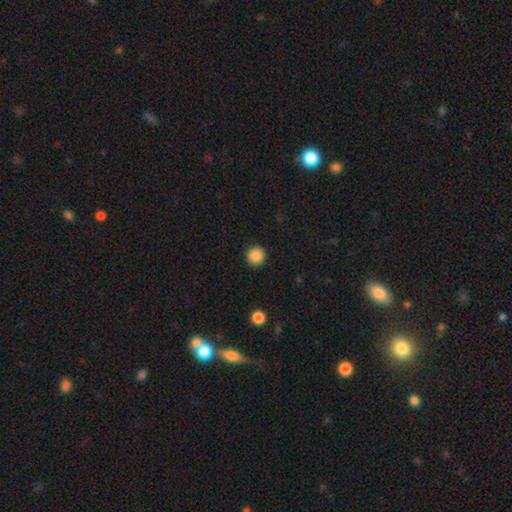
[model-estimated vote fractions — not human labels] This is clearly a smooth galaxy (87%). How rounded: clearly round (95%). Merging: clearly none (93%).